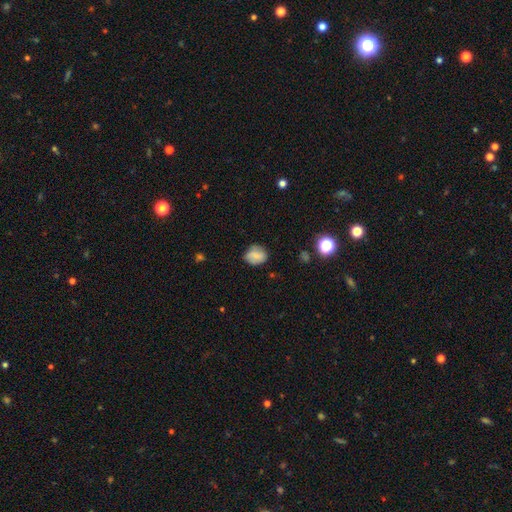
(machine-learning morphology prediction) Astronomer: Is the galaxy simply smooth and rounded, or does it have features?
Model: smooth — 73%.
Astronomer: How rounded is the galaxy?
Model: round — 53% (runner-up: in between, 46%).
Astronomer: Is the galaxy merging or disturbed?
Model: none — 72%.